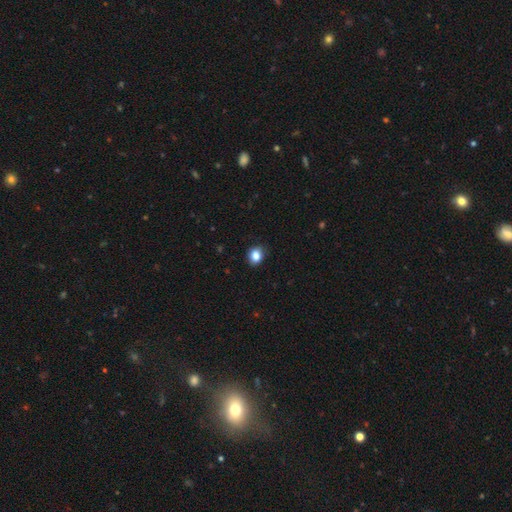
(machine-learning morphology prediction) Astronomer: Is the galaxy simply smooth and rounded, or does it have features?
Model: smooth — 85%.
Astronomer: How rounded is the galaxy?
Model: round — 54% (runner-up: in between, 45%).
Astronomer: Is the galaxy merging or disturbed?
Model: none — 86%.